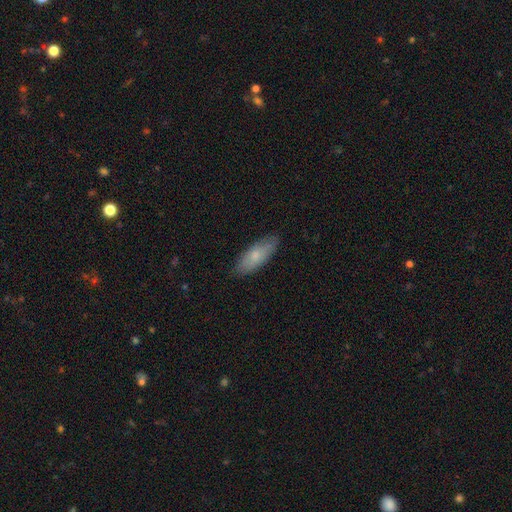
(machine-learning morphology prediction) Smooth or featured: smooth — 73% (featured or disk — 21%)
How rounded: in between — 71% (cigar-shaped — 27%)
Merging: none — 83% (minor disturbance — 13%)